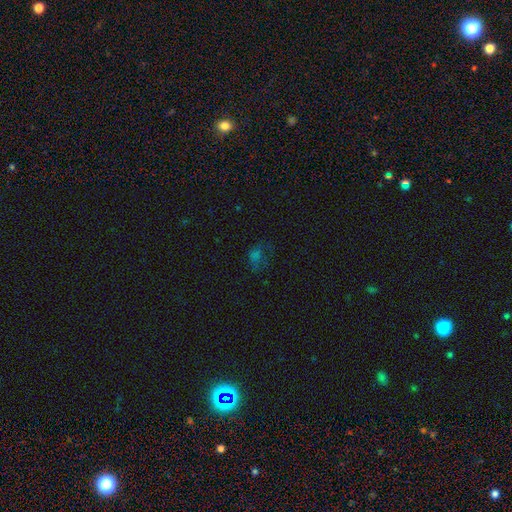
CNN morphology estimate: smooth 46%, star or artifact 36%, featured or disk 18%. Down the decision tree: merging — none (57%).